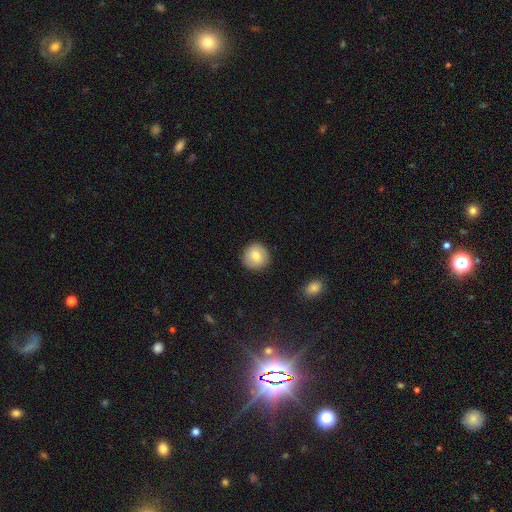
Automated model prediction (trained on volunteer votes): Smooth or featured? smooth (79%)
How rounded? round (93%)
Merging? none (90%)